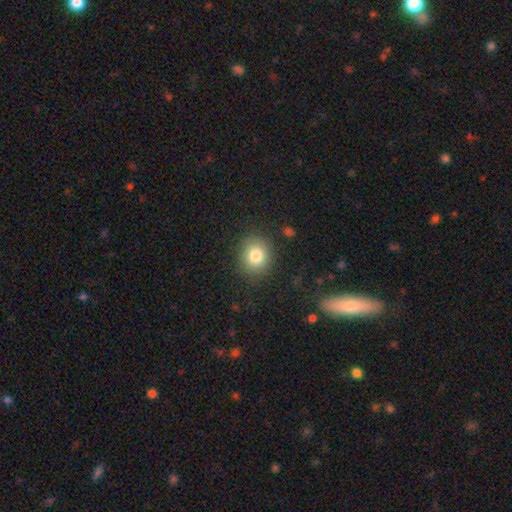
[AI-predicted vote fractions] Smooth or featured: smooth — 82% (star or artifact — 11%)
How rounded: round — 78% (in between — 21%)
Merging: none — 85% (minor disturbance — 10%)